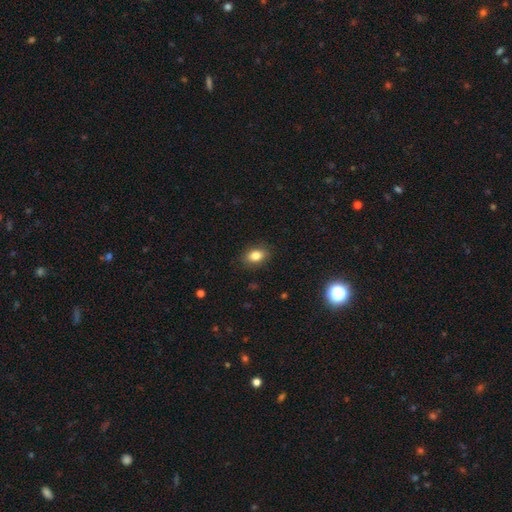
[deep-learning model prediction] smooth_or_featured: smooth (p=0.84) [alt: star or artifact p=0.09]
how_rounded: in between (p=0.80) [alt: round p=0.18]
merging: none (p=0.87) [alt: minor disturbance p=0.09]